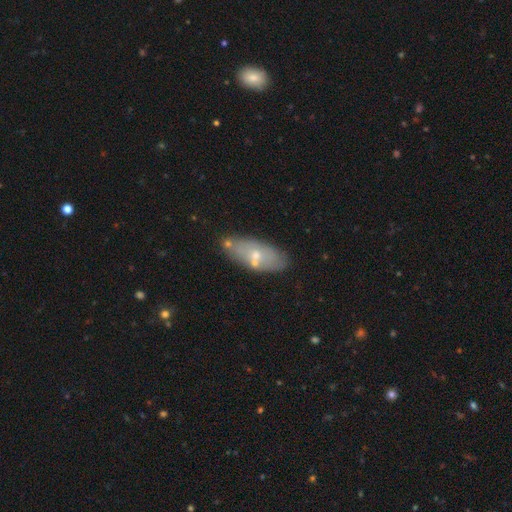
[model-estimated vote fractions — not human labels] This appears to be a smooth galaxy with no disk features (55%) that is in between round and cigar-shaped (85%). Merging: none (66%).